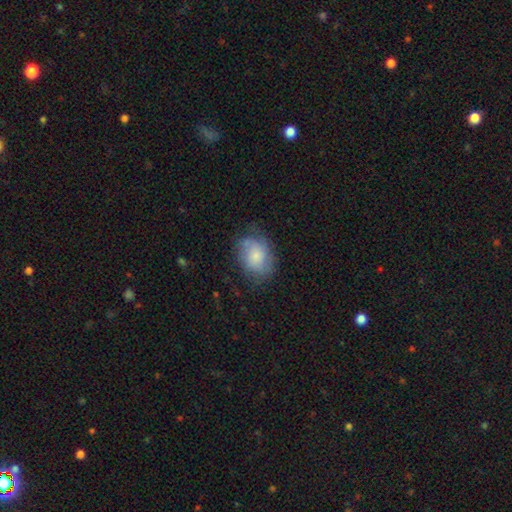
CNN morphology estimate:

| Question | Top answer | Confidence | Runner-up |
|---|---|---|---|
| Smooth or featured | smooth | 62% | featured or disk (29%) |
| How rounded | in between | 67% | round (31%) |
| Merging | none | 62% | minor disturbance (26%) |